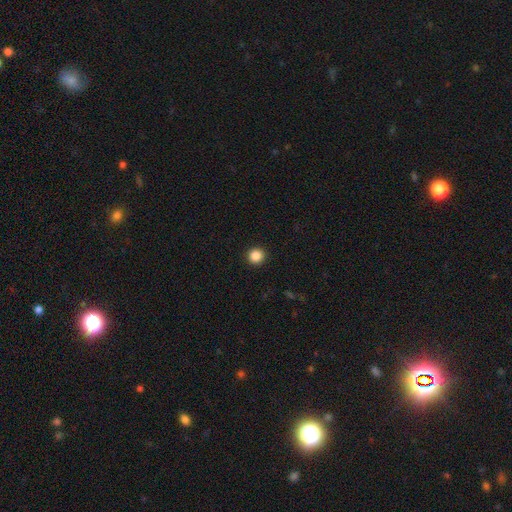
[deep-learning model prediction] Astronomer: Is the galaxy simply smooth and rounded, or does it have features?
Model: smooth — 87%.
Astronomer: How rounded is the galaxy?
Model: round — 95%.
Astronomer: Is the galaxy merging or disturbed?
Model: none — 93%.